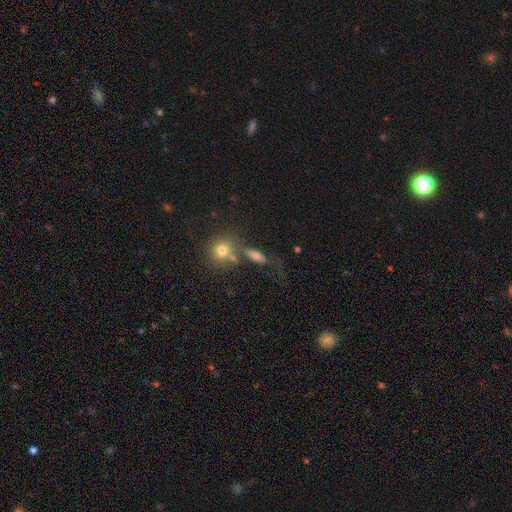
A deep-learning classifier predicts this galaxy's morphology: Overall: smooth (61%; featured or disk 23%). How rounded: in between (63%; cigar-shaped 23%). Merging: none (47%; merger 20%).